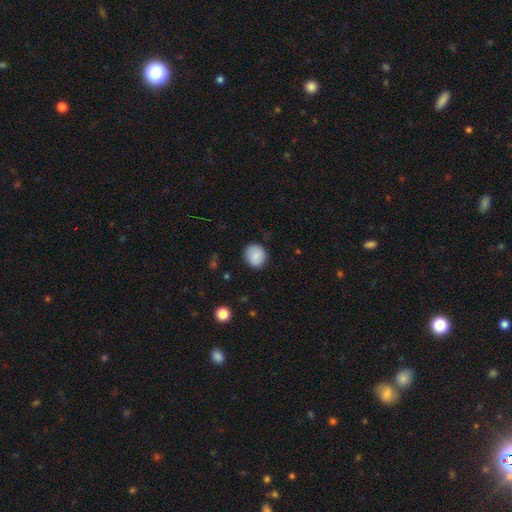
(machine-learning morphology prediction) Smooth or featured? smooth (86%)
How rounded? round (79%)
Merging? none (86%)